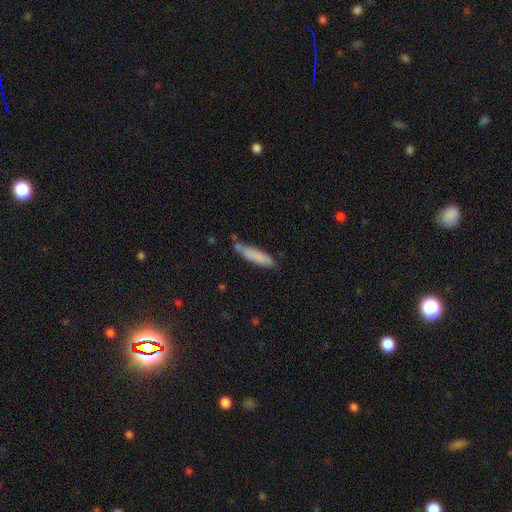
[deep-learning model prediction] The model was most divided on "merging": none: 69%, minor disturbance: 21%, merger: 6%, major disturbance: 4%. More confident: smooth or featured — smooth (80%); how rounded — cigar-shaped (78%).